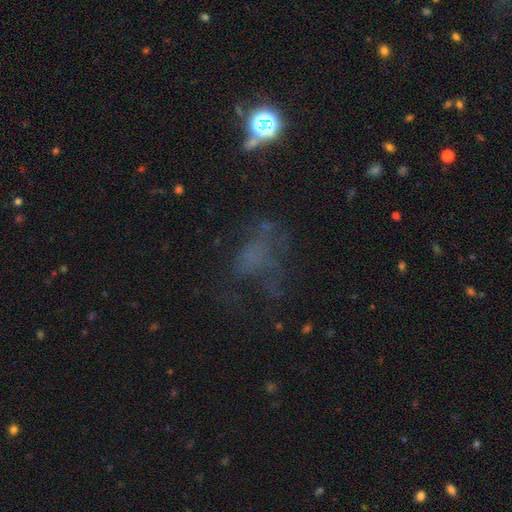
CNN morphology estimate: This is marginally a smooth galaxy (37%). Merging: marginally none (42%).